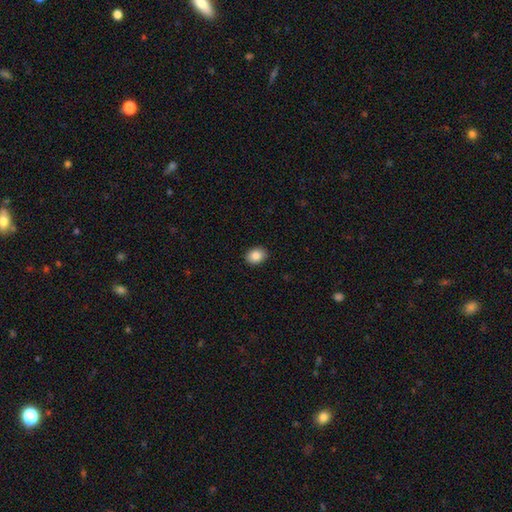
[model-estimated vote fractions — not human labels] Smooth or featured?
  - smooth: 87% *
  - star or artifact: 8%
  - featured or disk: 5%
How rounded?
  - in between: 65% *
  - round: 34%
  - cigar-shaped: 1%
Merging?
  - none: 91% *
  - minor disturbance: 7%
  - major disturbance: 2%
  - merger: 1%